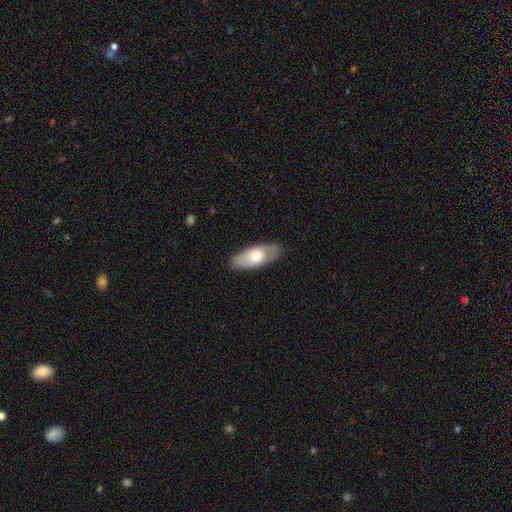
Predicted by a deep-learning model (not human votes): Overall: smooth (61%; featured or disk 34%). How rounded: in between (84%). Merging: none (79%).